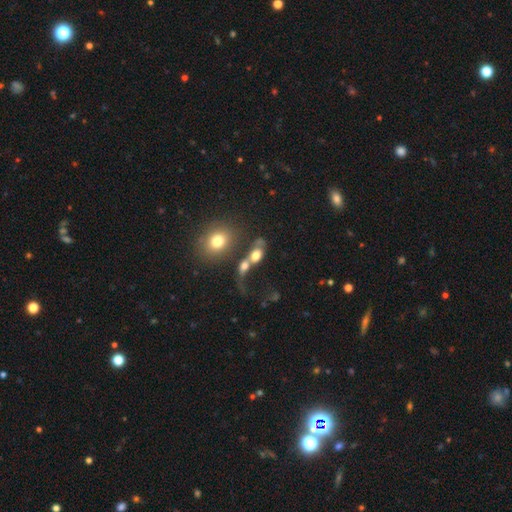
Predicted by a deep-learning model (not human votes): Overall: smooth (62%; featured or disk 26%). How rounded: in between (67%; round 28%). Merging: merger (53%; major disturbance 20%).